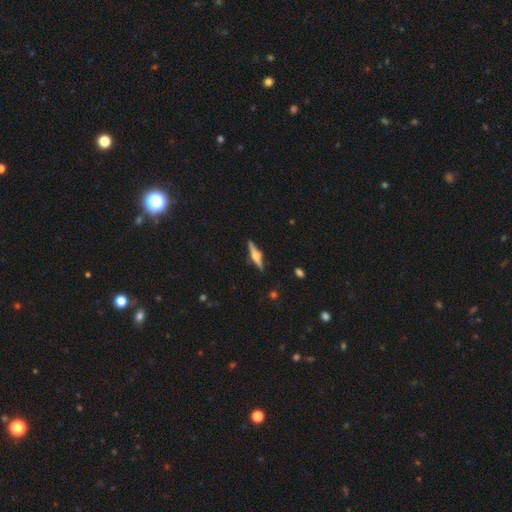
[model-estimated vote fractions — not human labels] Smooth or featured: featured or disk — 74% (smooth — 20%)
Edge-on disk: yes — 98% (no — 2%)
Edge-on bulge: rounded — 91% (boxy — 6%)
Merging: none — 89% (minor disturbance — 8%)